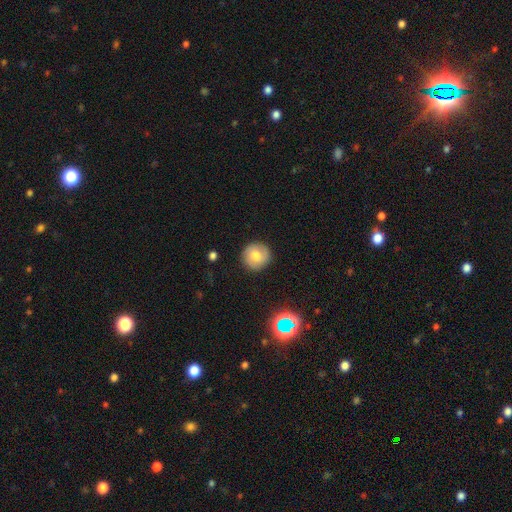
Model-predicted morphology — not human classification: Overall: smooth (66%). How rounded: round (93%). Merging: none (88%).